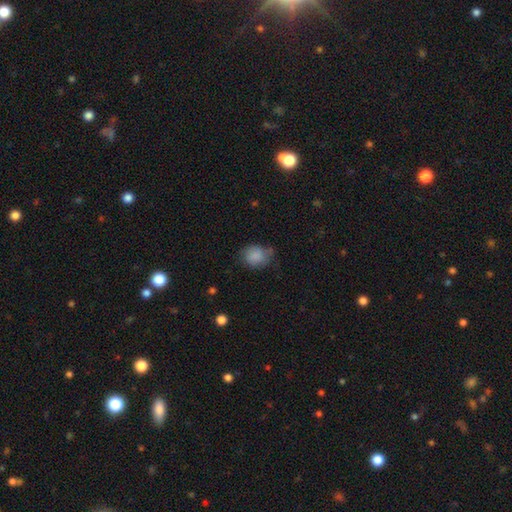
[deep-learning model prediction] Smooth or featured: smooth — 84% (star or artifact — 8%)
How rounded: round — 54% (in between — 45%)
Merging: none — 57% (minor disturbance — 31%)